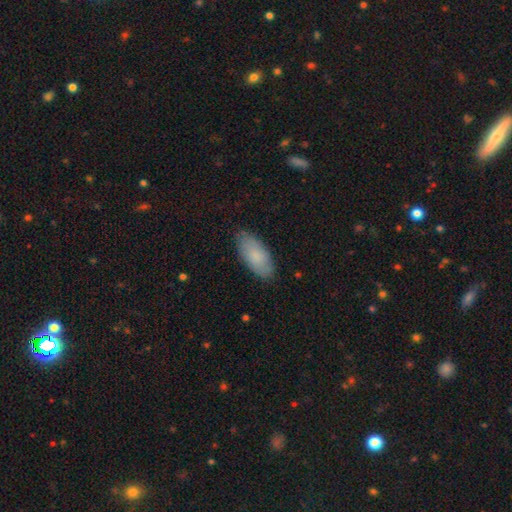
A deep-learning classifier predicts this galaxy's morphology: Smooth or featured?
  - smooth: 81% *
  - featured or disk: 13%
  - star or artifact: 6%
How rounded?
  - in between: 91% *
  - cigar-shaped: 8%
  - round: 2%
Merging?
  - none: 84% *
  - minor disturbance: 12%
  - major disturbance: 2%
  - merger: 1%